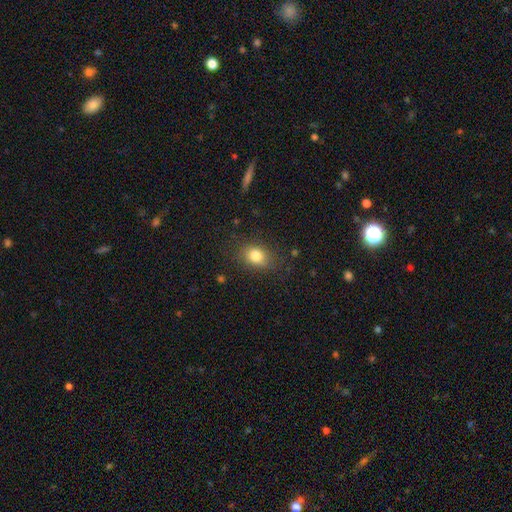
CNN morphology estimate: Smooth or featured? Predicted: smooth (p=0.81). How rounded? Predicted: in between (p=0.63). Merging? Predicted: none (p=0.79).